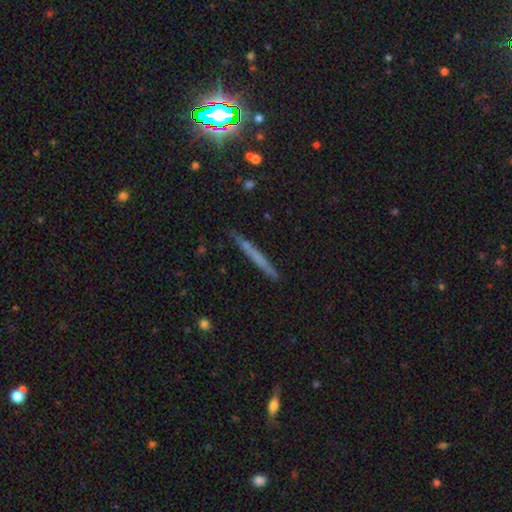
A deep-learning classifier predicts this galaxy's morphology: Smooth or featured? smooth (50%)
How rounded? cigar-shaped (95%)
Merging? none (89%)